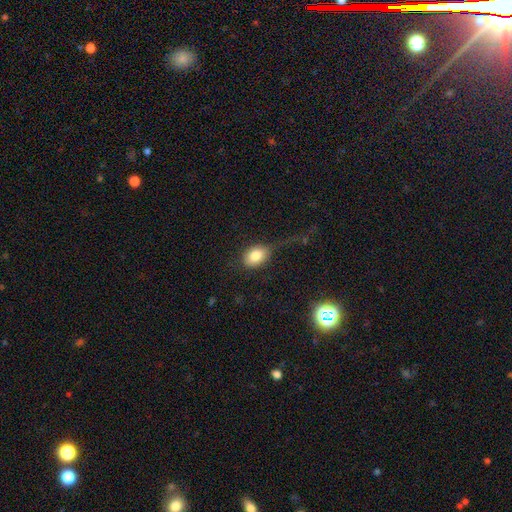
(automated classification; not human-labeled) The model was most divided on "merging": none: 55%, minor disturbance: 22%, major disturbance: 20%, merger: 3%. More confident: smooth or featured — smooth (82%); how rounded — in between (78%).